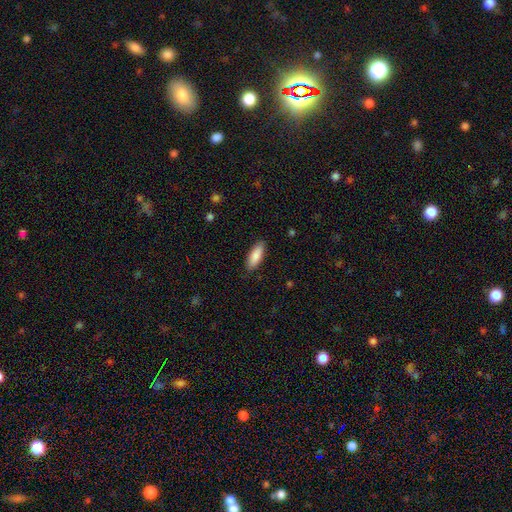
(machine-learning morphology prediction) Overall: smooth (86%). How rounded: in between (67%; cigar-shaped 32%). Merging: none (87%).